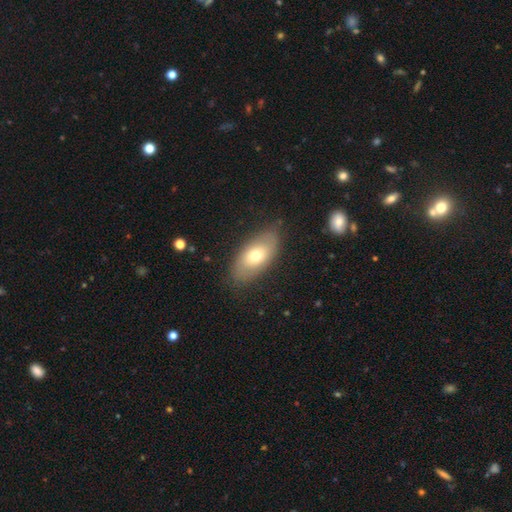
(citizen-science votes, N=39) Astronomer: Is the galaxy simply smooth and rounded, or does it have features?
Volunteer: smooth — 77%.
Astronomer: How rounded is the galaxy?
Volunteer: in between — 93%.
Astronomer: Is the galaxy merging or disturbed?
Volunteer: none — 87%.